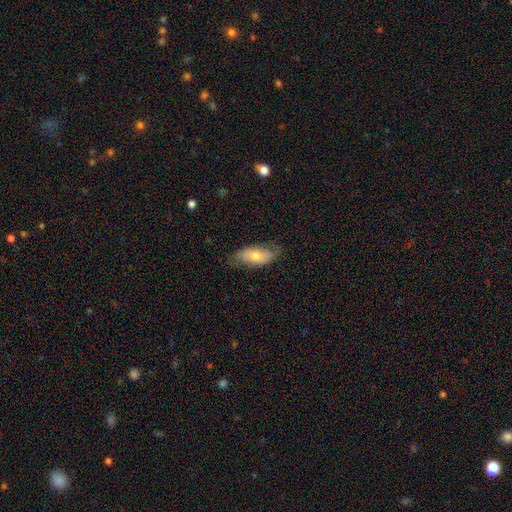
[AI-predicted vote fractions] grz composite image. It shows a smooth galaxy with no disk features (65%) that is in between round and cigar-shaped (87%). Merging: none (70%).